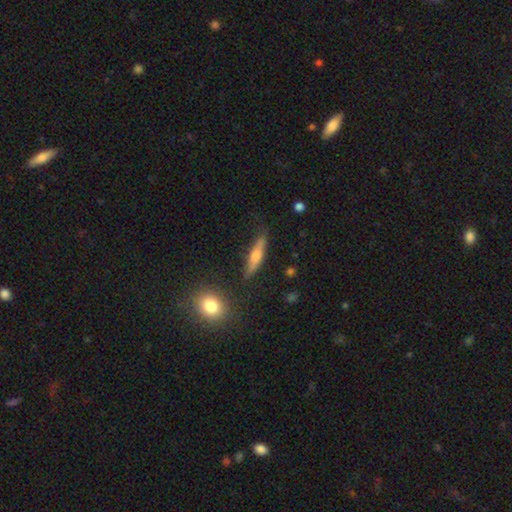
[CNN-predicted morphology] type=featured or disk (50%); edge-on=yes (93%); merging=none (82%).